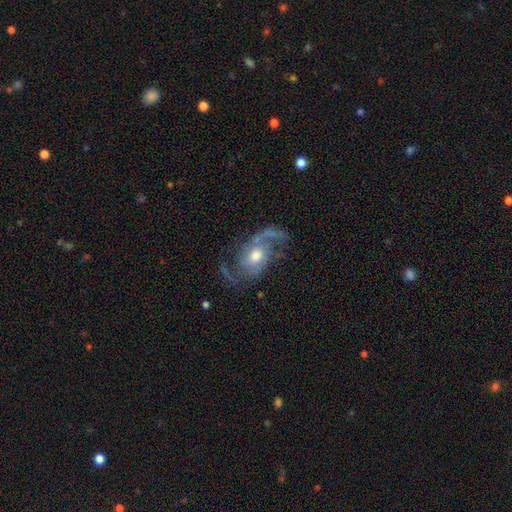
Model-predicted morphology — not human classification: featured or disk 84%, smooth 10%, star or artifact 6%. Down the decision tree: edge-on disk — no (97%); bar — no (66%); spiral arms — yes (94%); spiral arm count — 2 (87%); spiral winding — loose (55%); bulge size — moderate (69%); merging — none (58%).